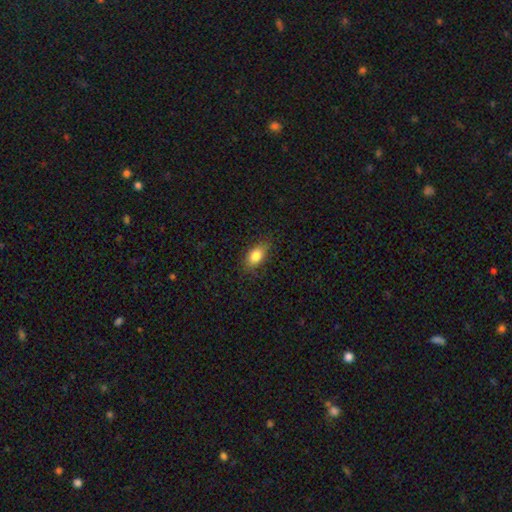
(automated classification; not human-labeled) Morphology: type=smooth (80%); roundness=in between (82%); merging=none (75%).